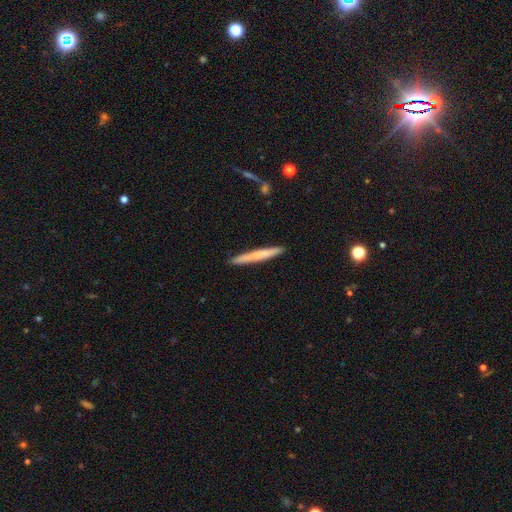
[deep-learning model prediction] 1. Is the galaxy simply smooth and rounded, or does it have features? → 60% smooth, 34% featured or disk, 6% star or artifact.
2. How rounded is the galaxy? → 97% cigar-shaped, 2% in between, 1% round.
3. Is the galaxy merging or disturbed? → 91% none, 6% minor disturbance, 1% merger, 1% major disturbance.